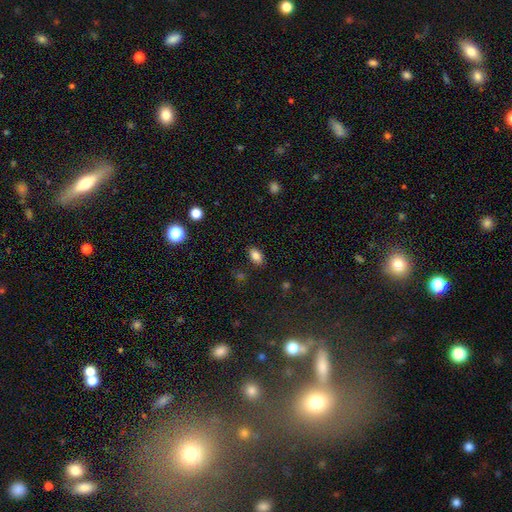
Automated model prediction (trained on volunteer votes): Overall: smooth (85%). How rounded: in between (90%). Merging: none (85%).